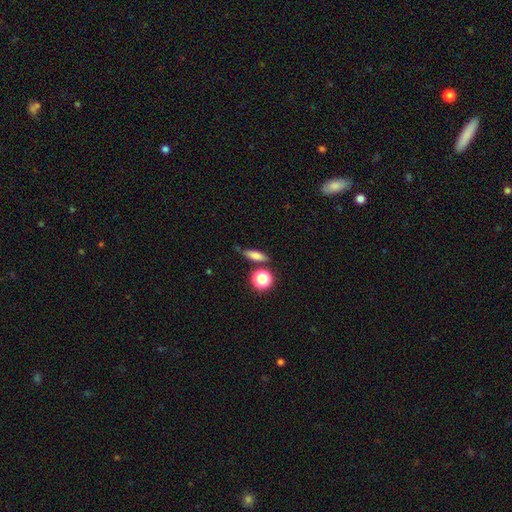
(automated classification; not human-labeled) smooth_or_featured: smooth (p=0.75) [alt: featured or disk p=0.13]
how_rounded: in between (p=0.44) [alt: cigar-shaped p=0.41]
merging: none (p=0.74) [alt: minor disturbance p=0.14]